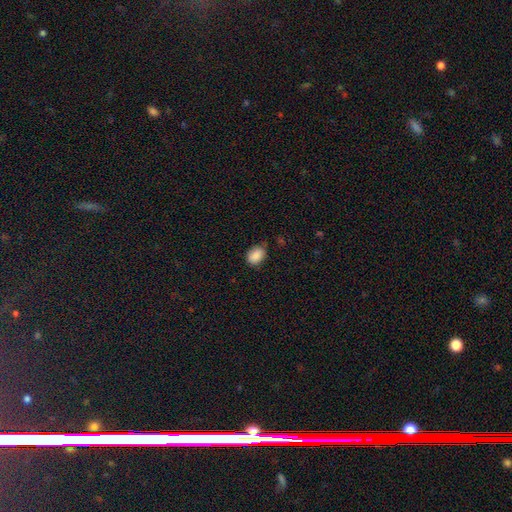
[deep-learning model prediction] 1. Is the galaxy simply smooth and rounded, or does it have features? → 88% smooth, 8% star or artifact, 5% featured or disk.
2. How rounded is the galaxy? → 68% in between, 31% round, 1% cigar-shaped.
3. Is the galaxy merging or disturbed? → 72% none, 23% minor disturbance, 4% major disturbance, 2% merger.